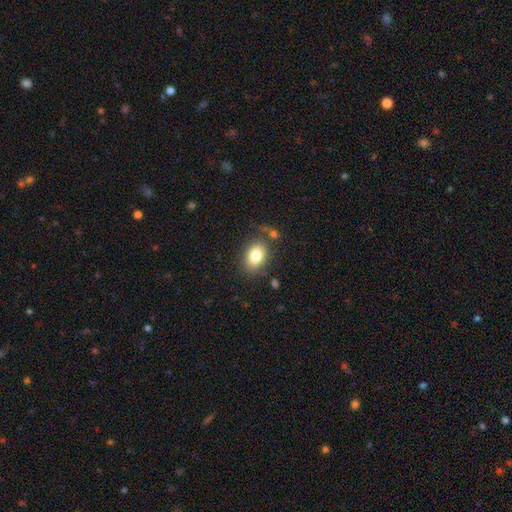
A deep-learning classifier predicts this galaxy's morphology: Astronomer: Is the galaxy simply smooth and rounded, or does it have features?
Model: smooth — 82%.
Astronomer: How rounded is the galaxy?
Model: in between — 79%.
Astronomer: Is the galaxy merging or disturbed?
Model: none — 75%.